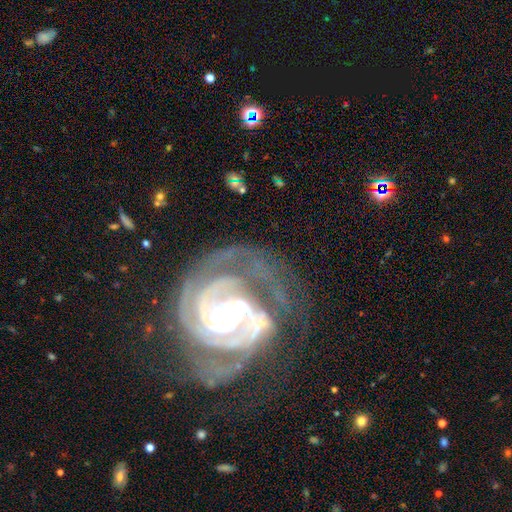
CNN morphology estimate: Overall: featured or disk (91%). Edge-on disk: no (98%). Bar: no (49%; weak 31%). Spiral arms: yes (99%). Spiral arm count: 2 (52%; 3 24%). Spiral winding: tight (76%). Bulge size: small (50%; moderate 38%). Merging: none (60%; minor disturbance 20%).